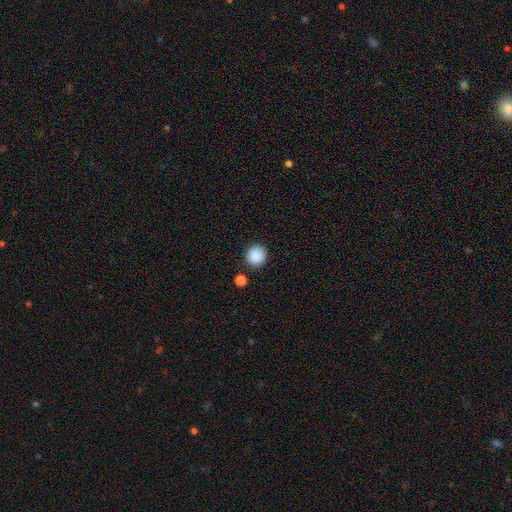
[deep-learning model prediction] This appears to be a smooth galaxy with no disk features (89%) that is round (92%). Merging: none (88%).